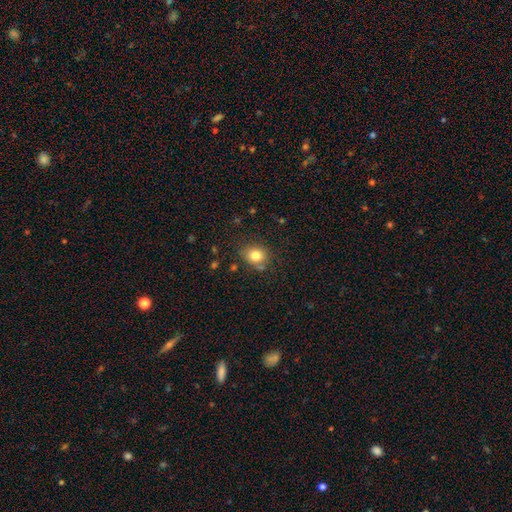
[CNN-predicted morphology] Overall: smooth (80%). How rounded: round (65%; in between 34%). Merging: none (76%).